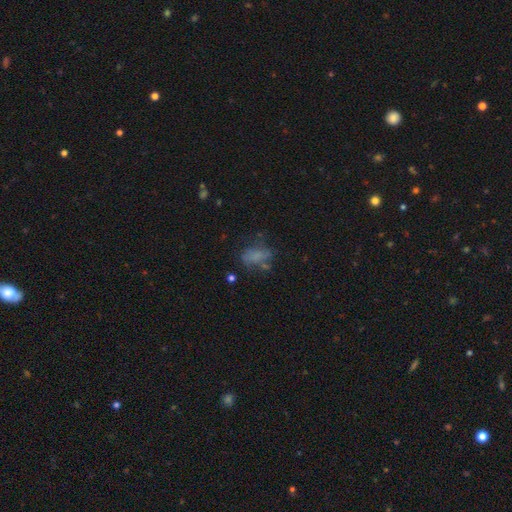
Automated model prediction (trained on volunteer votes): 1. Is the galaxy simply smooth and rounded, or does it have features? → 54% smooth, 29% featured or disk, 17% star or artifact.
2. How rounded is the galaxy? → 81% in between, 15% round, 5% cigar-shaped.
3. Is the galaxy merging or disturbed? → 43% none, 25% major disturbance, 24% minor disturbance, 8% merger.